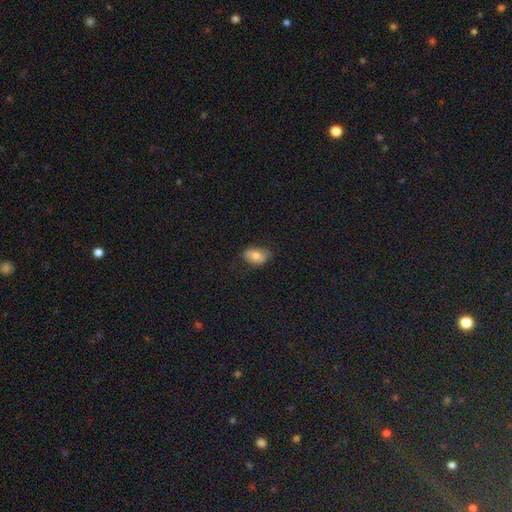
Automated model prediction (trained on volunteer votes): A smooth galaxy with no disk features (74%) that is in between round and cigar-shaped (85%). Merging: none (72%).